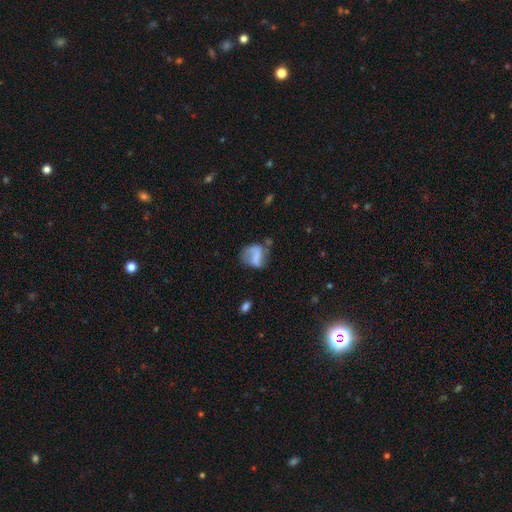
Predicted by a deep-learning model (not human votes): The model was most divided on "smooth or featured": featured or disk: 48%, smooth: 43%, star or artifact: 9%. Remaining: merging — none (43%).